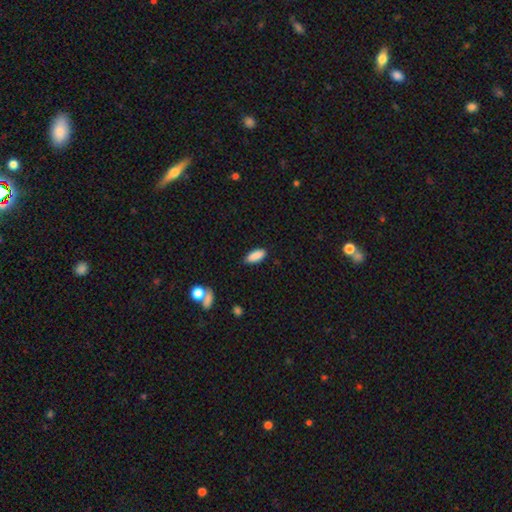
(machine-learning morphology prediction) The model was most divided on "how rounded": in between: 80%, cigar-shaped: 18%, round: 2%. More confident: smooth or featured — smooth (88%); merging — none (84%).